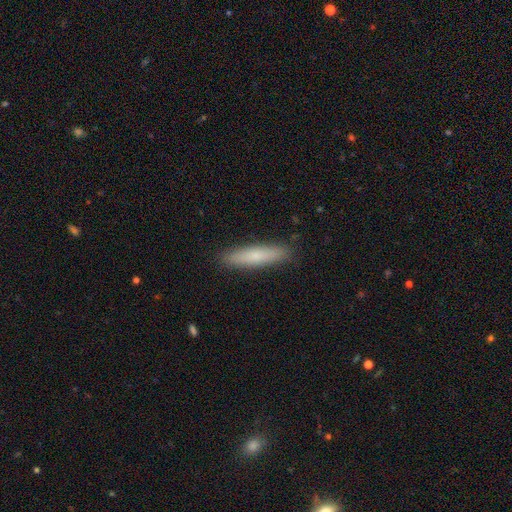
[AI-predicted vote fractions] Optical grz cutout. It shows a smooth galaxy with no disk features (73%) that is cigar-shaped (86%). Merging: none (90%).